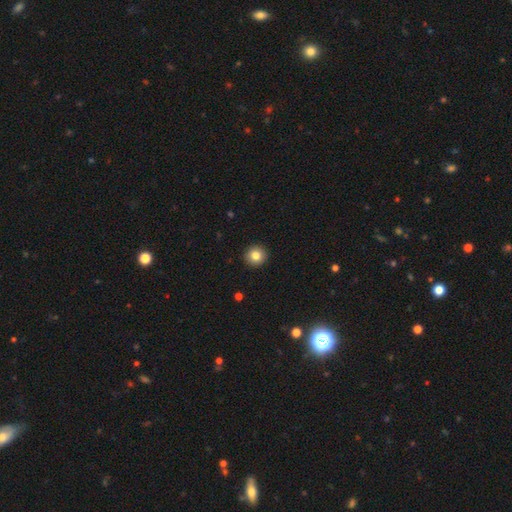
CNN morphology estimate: Smooth or featured? smooth (84%)
How rounded? round (94%)
Merging? none (93%)